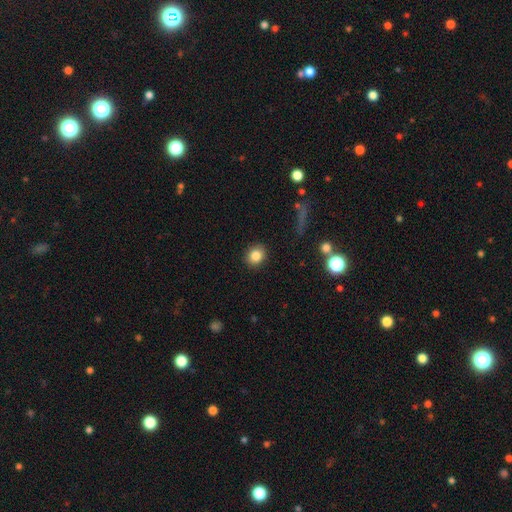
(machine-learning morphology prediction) smooth-or-featured: smooth: 84% | star or artifact: 10% | featured or disk: 6%
  how-rounded: round: 68% | in between: 30% | cigar-shaped: 1%
  merging: none: 90% | minor disturbance: 7% | major disturbance: 2% | merger: 1%